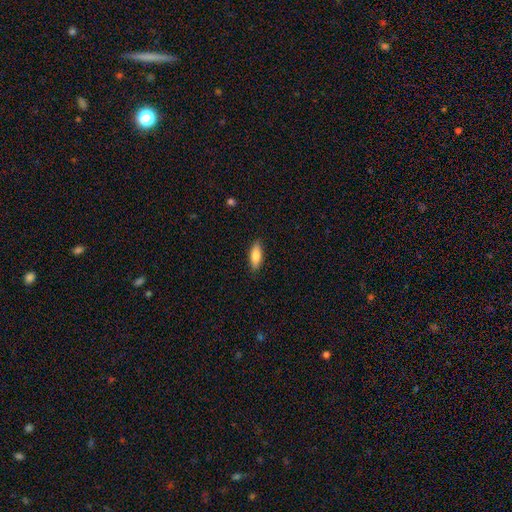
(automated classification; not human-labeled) Overall: smooth (81%). How rounded: in between (70%). Merging: none (86%).